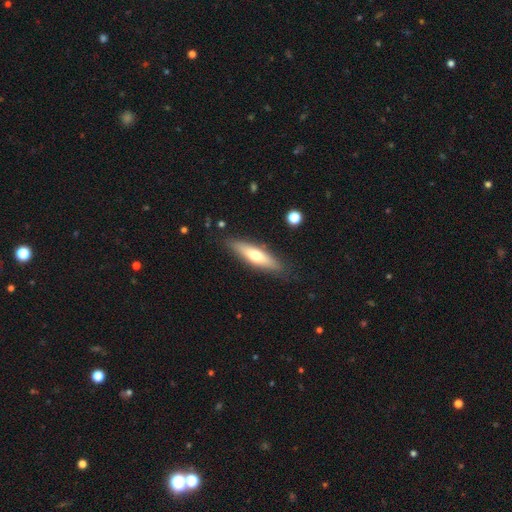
Q: Smooth or featured?
A: smooth (47%); runner-up: featured or disk (45%)
Q: How rounded?
A: in between (50%); runner-up: cigar-shaped (44%)
Q: Merging?
A: none (83%); runner-up: minor disturbance (14%)